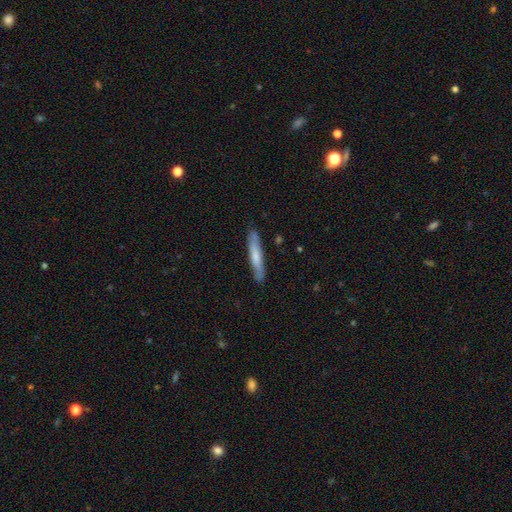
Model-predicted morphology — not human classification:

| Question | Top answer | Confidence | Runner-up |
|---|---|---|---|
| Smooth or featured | smooth | 67% | featured or disk (28%) |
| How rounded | cigar-shaped | 93% | in between (6%) |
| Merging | none | 86% | minor disturbance (11%) |